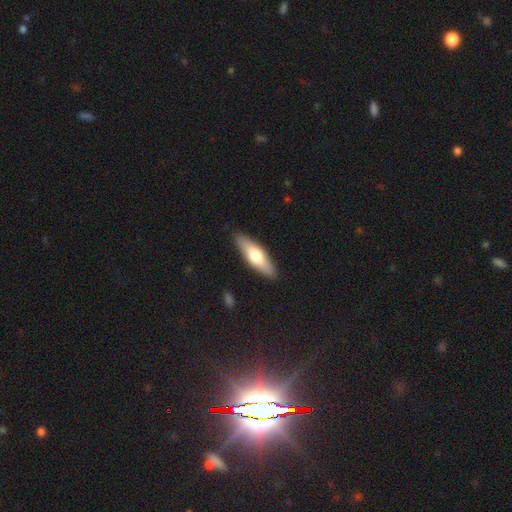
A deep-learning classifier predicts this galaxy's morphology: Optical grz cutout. It shows a smooth galaxy with no disk features (59%) that is cigar-shaped (54%). Merging: none (89%).